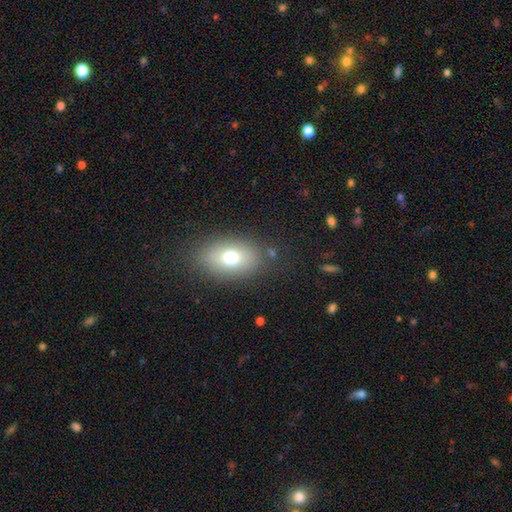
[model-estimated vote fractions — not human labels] Smooth or featured? smooth (68%)
How rounded? in between (85%)
Merging? none (87%)